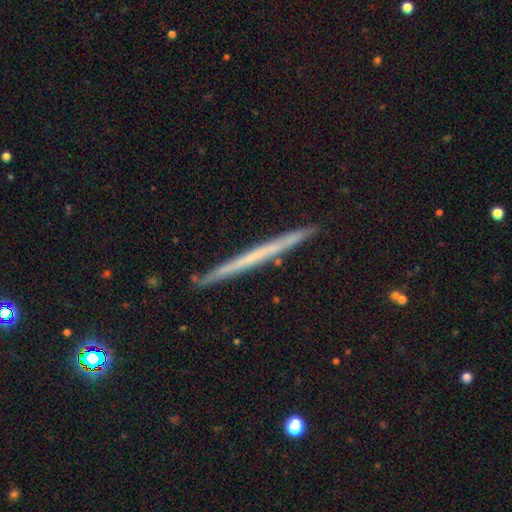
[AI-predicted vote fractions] smooth_or_featured: featured or disk (p=0.55) [alt: smooth p=0.38]
disk_edge_on: yes (p=0.97) [alt: no p=0.03]
edge_on_bulge: none (p=0.93) [alt: rounded p=0.05]
merging: none (p=0.90) [alt: minor disturbance p=0.07]